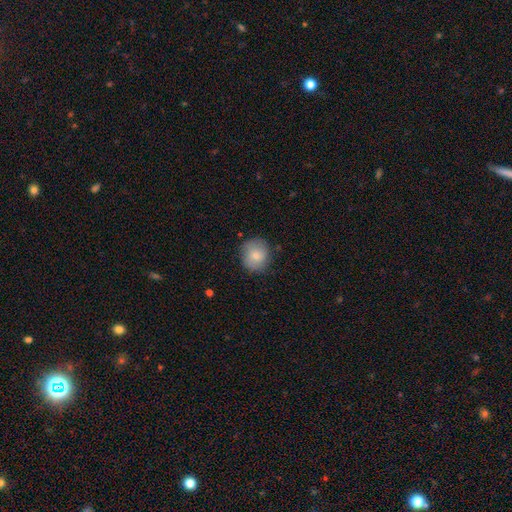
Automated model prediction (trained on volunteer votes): Overall: smooth (80%). How rounded: round (86%). Merging: none (79%).